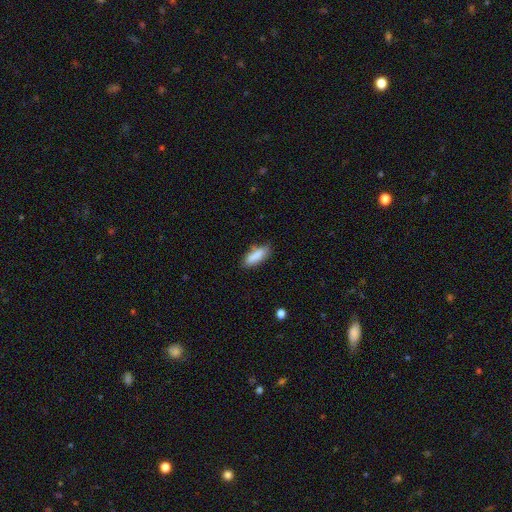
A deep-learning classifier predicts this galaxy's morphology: Smooth or featured? Predicted: smooth (p=0.87). How rounded? Predicted: in between (p=0.66). Merging? Predicted: none (p=0.79).